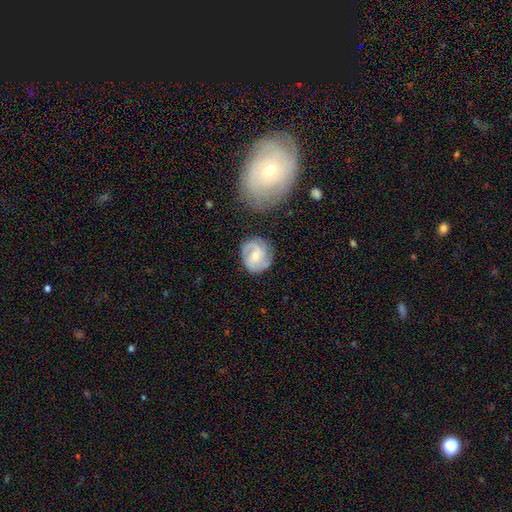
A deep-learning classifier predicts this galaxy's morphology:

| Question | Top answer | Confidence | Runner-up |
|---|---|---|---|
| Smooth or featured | featured or disk | 77% | smooth (17%) |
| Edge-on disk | no | 98% | yes (2%) |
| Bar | no | 48% | weak (42%) |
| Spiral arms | yes | 95% | no (5%) |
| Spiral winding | tight | 45% | medium (42%) |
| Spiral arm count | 2 | 43% | 3 (30%) |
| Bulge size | small | 51% | moderate (45%) |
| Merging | none | 73% | minor disturbance (17%) |